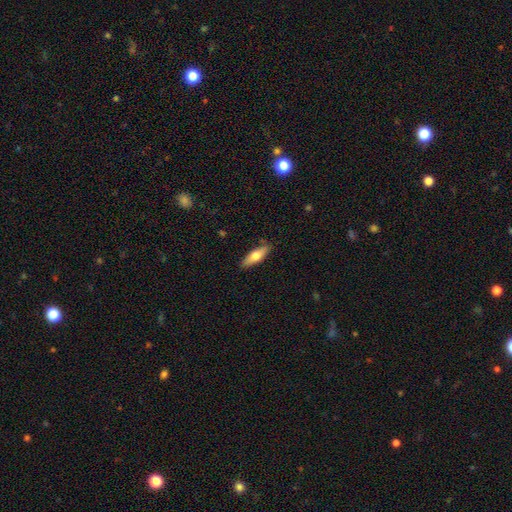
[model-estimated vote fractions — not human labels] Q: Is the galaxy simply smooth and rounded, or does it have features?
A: smooth — 62%.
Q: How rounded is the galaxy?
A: in between — 49%.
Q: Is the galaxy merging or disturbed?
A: none — 86%.